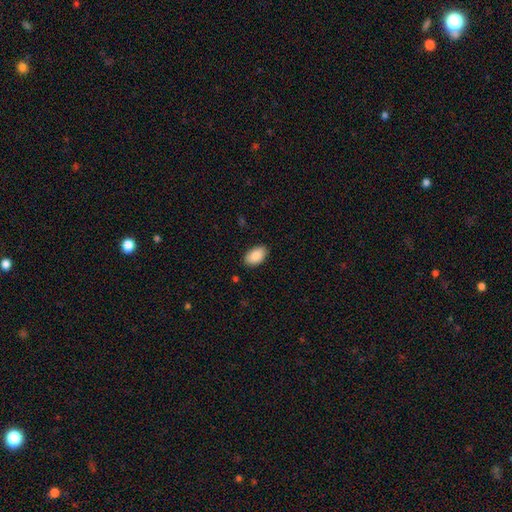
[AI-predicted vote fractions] Q: Smooth or featured?
A: smooth (90%); runner-up: star or artifact (6%)
Q: How rounded?
A: in between (94%); runner-up: round (4%)
Q: Merging?
A: none (87%); runner-up: minor disturbance (10%)